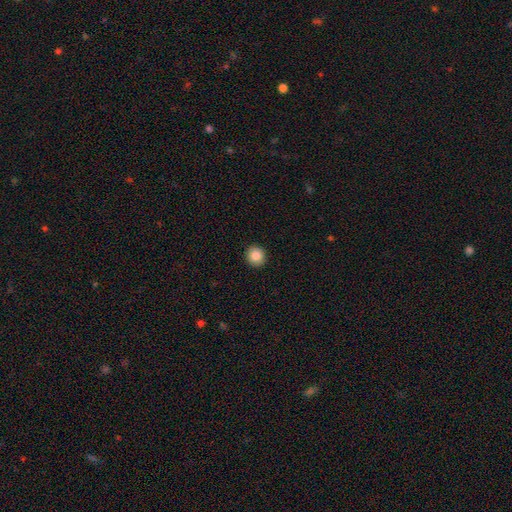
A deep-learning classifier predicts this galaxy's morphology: smooth 85%, star or artifact 9%, featured or disk 6%. Down the decision tree: how rounded — round (90%); merging — none (93%).